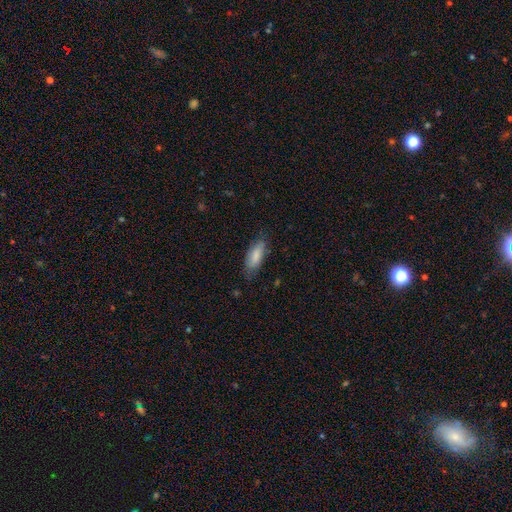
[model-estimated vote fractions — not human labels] Q: Smooth or featured?
A: smooth (84%); runner-up: featured or disk (10%)
Q: How rounded?
A: in between (72%); runner-up: cigar-shaped (26%)
Q: Merging?
A: none (74%); runner-up: minor disturbance (20%)